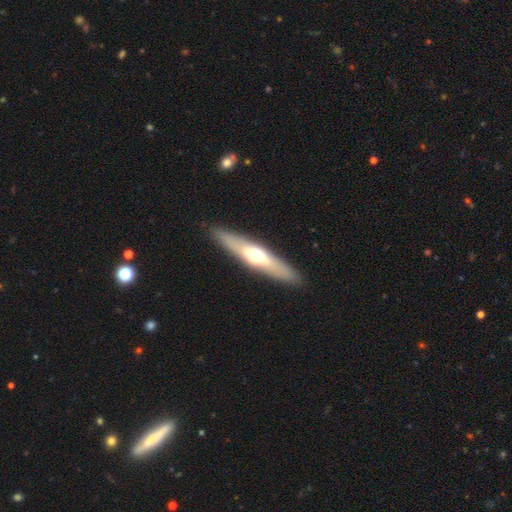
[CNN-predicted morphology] A featured or disk galaxy (53%) viewed edge-on (84%). Merging: none (90%).